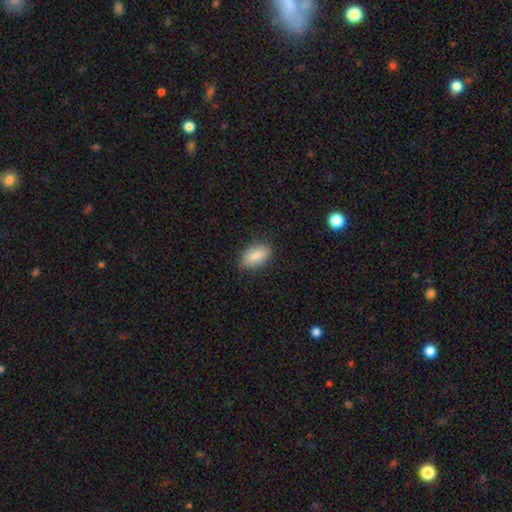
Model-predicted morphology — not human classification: Smooth or featured? smooth (87%)
How rounded? in between (92%)
Merging? none (82%)